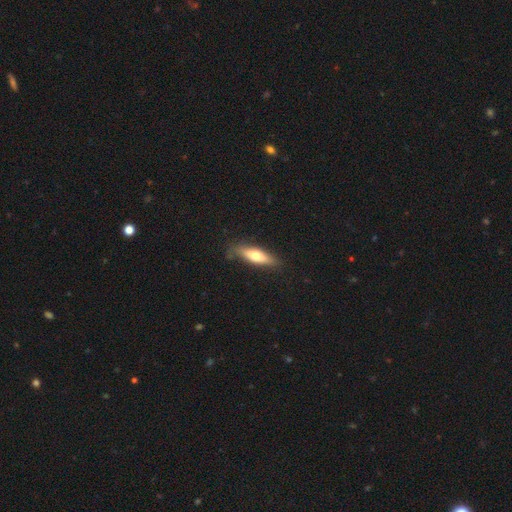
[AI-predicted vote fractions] This appears to be a smooth galaxy with no disk features (64%) that is cigar-shaped (58%). Merging: none (77%).